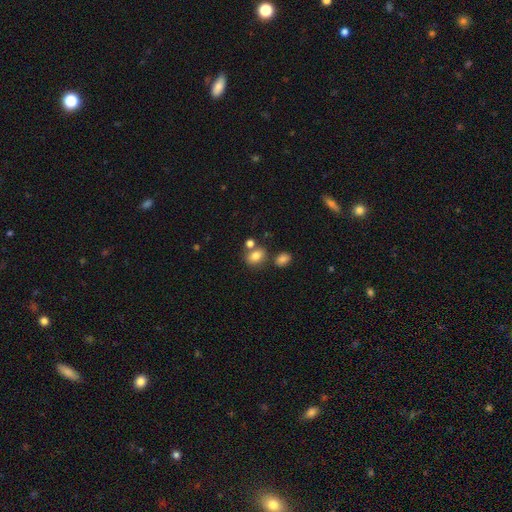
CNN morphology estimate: smooth 80%, star or artifact 11%, featured or disk 9%. Down the decision tree: how rounded — in between (61%); merging — none (62%).